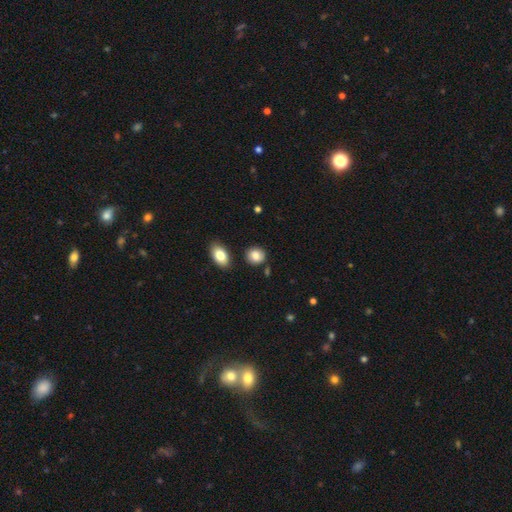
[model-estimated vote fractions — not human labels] Smooth or featured?
  - smooth: 84% *
  - star or artifact: 8%
  - featured or disk: 8%
How rounded?
  - round: 71% *
  - in between: 28%
  - cigar-shaped: 1%
Merging?
  - none: 81% *
  - minor disturbance: 11%
  - merger: 5%
  - major disturbance: 3%